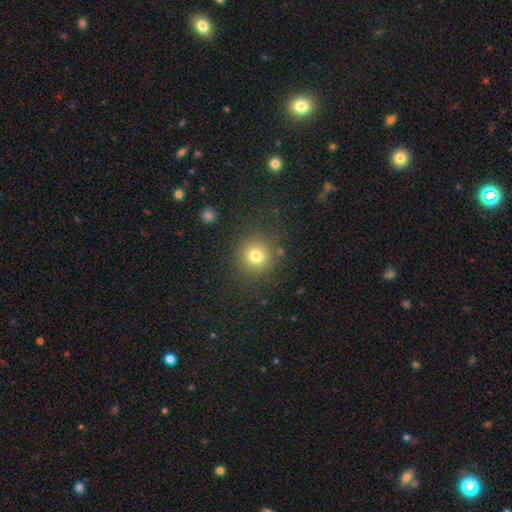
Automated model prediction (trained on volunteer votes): This is likely a smooth galaxy (77%). How rounded: clearly round (91%). Merging: clearly none (85%).